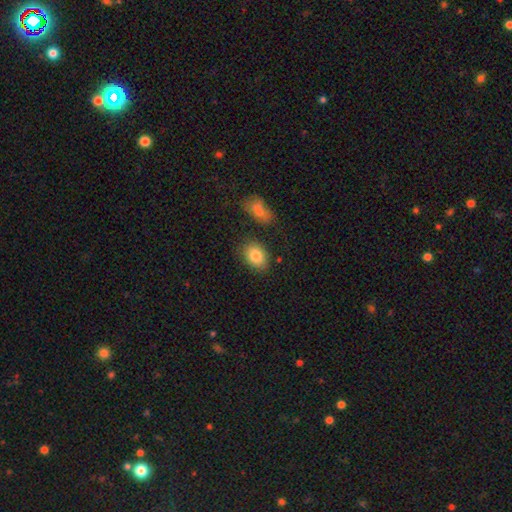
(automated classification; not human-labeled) Q: Smooth or featured?
A: smooth (83%); runner-up: featured or disk (9%)
Q: How rounded?
A: in between (76%); runner-up: round (23%)
Q: Merging?
A: none (79%); runner-up: minor disturbance (13%)